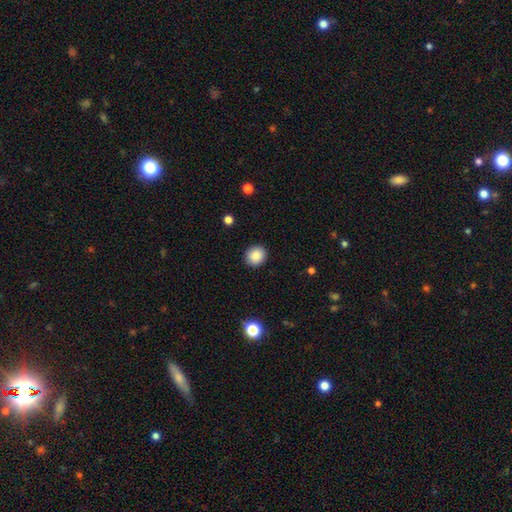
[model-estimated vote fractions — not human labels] Overall: smooth (87%). How rounded: round (84%). Merging: none (91%).